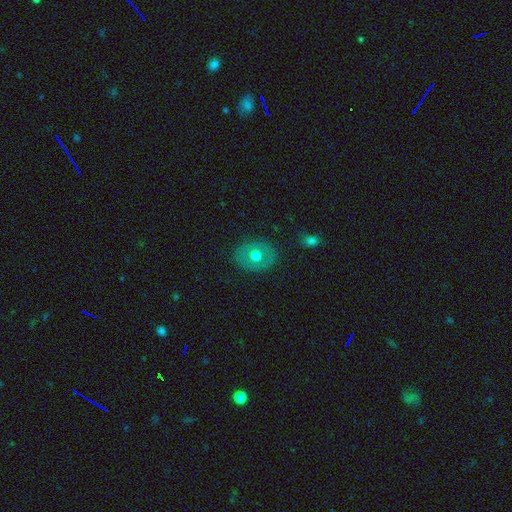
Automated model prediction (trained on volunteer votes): Overall: smooth (59%; featured or disk 33%). How rounded: round (51%; in between 48%). Merging: none (84%).